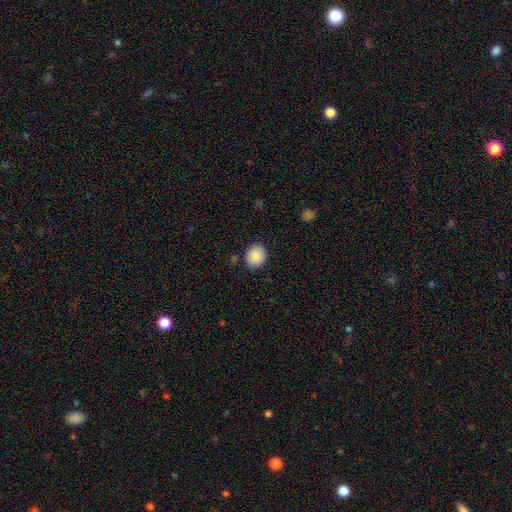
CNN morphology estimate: Smooth or featured? Predicted: smooth (p=0.88). How rounded? Predicted: round (p=0.63). Merging? Predicted: none (p=0.86).